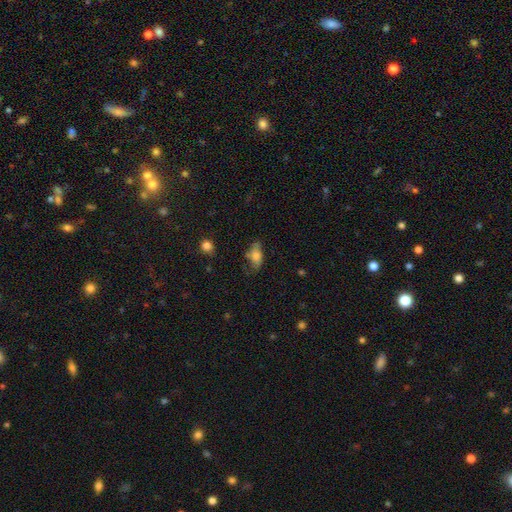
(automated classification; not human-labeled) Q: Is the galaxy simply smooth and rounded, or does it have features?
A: smooth — 70%.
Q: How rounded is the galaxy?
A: in between — 84%.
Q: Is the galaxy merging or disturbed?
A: none — 58%.